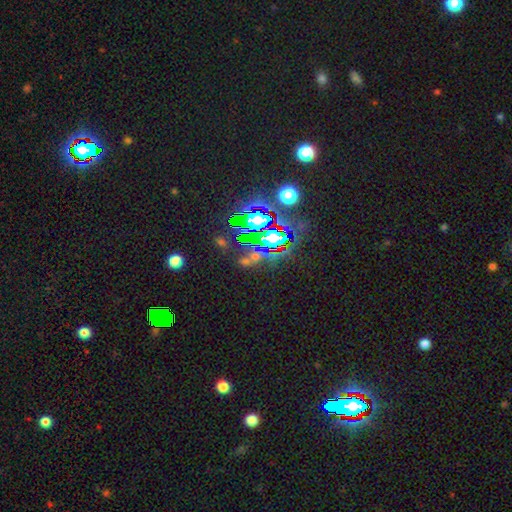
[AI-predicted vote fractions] smooth-or-featured: star or artifact: 70% | smooth: 18% | featured or disk: 12%